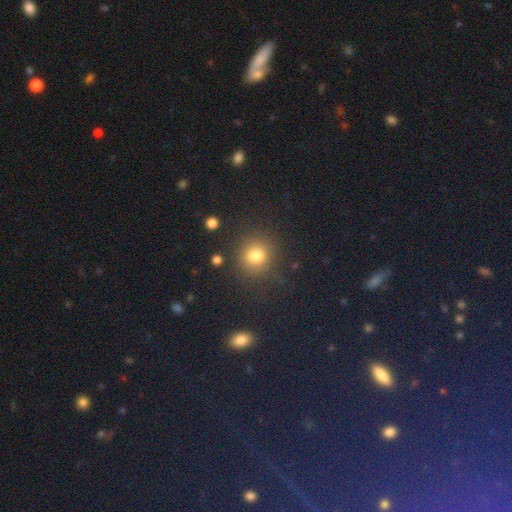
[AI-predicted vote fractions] Smooth or featured: smooth — 79% (star or artifact — 15%)
How rounded: round — 81% (in between — 17%)
Merging: none — 81% (minor disturbance — 11%)